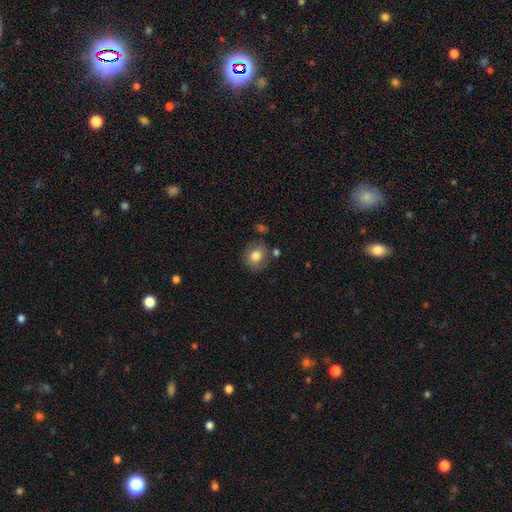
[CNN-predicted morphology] Smooth or featured? Predicted: smooth (p=0.80). How rounded? Predicted: round (p=0.74). Merging? Predicted: none (p=0.75).